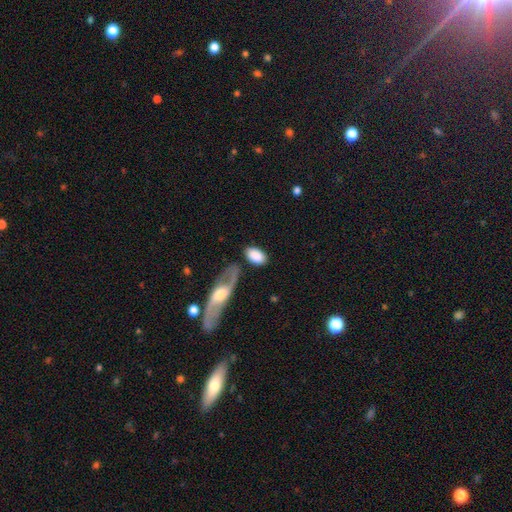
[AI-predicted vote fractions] Smooth or featured: smooth — 82% (featured or disk — 13%)
How rounded: in between — 93% (round — 5%)
Merging: none — 62% (minor disturbance — 16%)